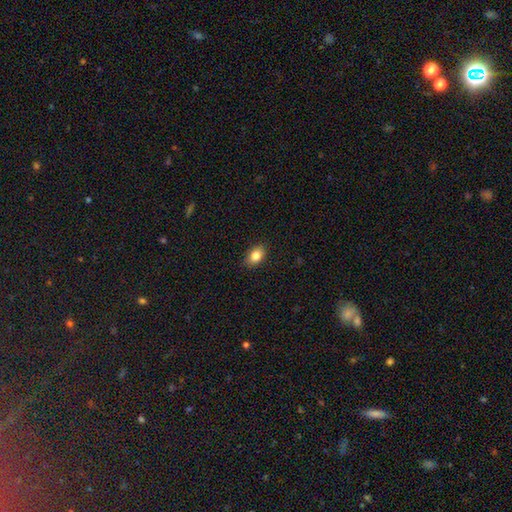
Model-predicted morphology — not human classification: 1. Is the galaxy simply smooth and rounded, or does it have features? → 83% smooth, 9% star or artifact, 8% featured or disk.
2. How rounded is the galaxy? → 83% in between, 15% round, 2% cigar-shaped.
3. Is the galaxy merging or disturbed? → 87% none, 10% minor disturbance, 2% major disturbance, 1% merger.